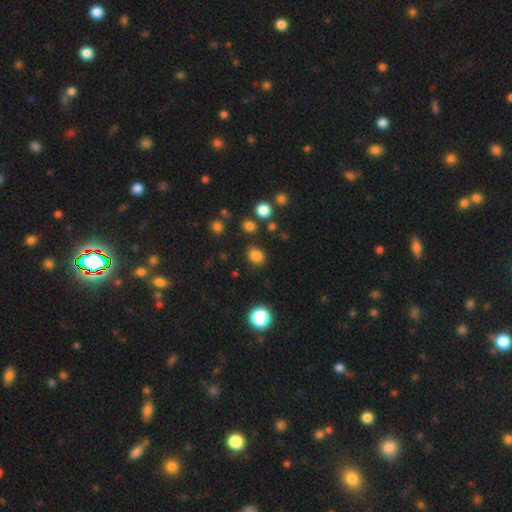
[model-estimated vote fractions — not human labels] Morphology: type=smooth (80%); roundness=round (50%); merging=none (78%).